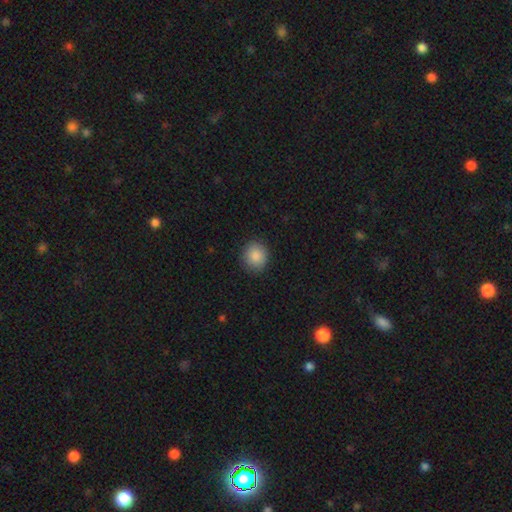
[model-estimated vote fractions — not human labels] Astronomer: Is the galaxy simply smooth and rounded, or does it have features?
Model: smooth — 88%.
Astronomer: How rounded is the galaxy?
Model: round — 84%.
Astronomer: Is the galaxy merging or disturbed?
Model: none — 88%.